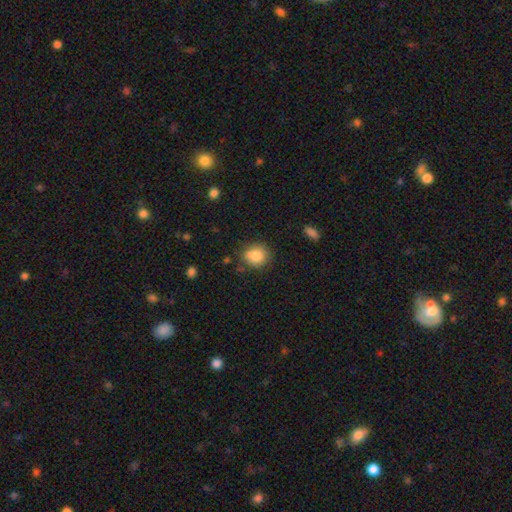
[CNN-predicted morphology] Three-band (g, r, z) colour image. It shows a smooth galaxy with no disk features (82%) that is round (76%). Merging: none (74%).